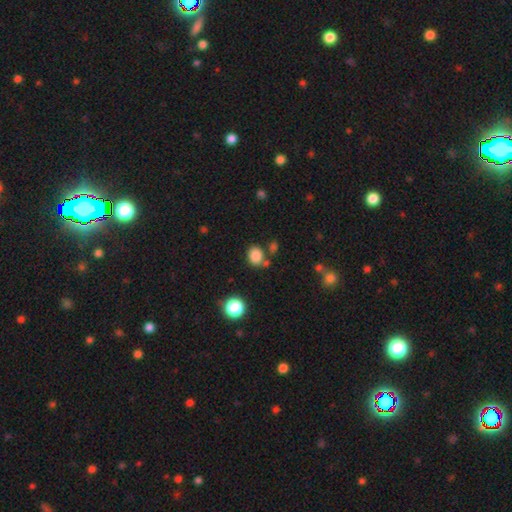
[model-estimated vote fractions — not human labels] Overall: smooth (84%). How rounded: round (52%; in between 47%). Merging: none (70%).